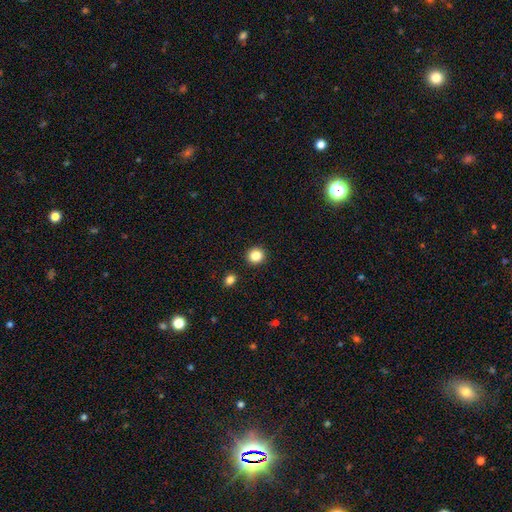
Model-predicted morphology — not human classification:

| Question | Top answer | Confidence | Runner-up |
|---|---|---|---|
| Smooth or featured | smooth | 86% | star or artifact (10%) |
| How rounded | round | 91% | in between (8%) |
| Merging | none | 91% | minor disturbance (5%) |